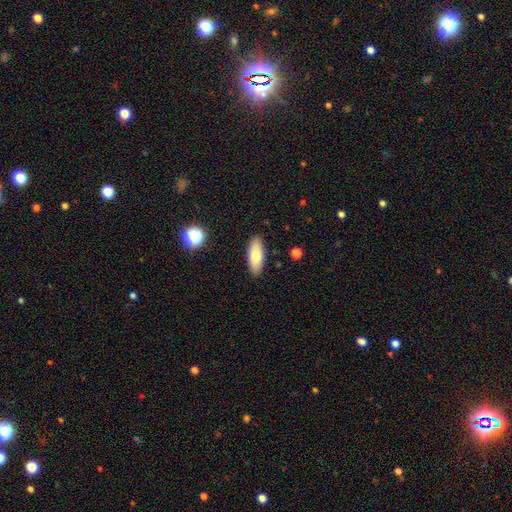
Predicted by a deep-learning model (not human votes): This appears to be a smooth galaxy with no disk features (74%) that is in between round and cigar-shaped (78%). Merging: none (89%).